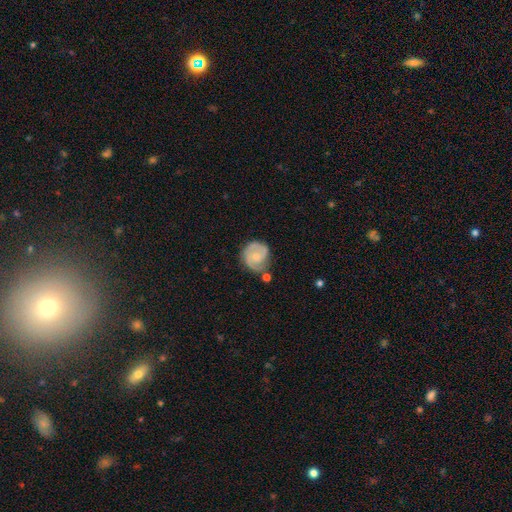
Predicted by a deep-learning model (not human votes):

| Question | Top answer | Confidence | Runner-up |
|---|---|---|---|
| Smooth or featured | featured or disk | 71% | smooth (23%) |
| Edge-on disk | no | 98% | yes (2%) |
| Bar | no | 67% | weak (28%) |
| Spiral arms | yes | 92% | no (8%) |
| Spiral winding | tight | 48% | medium (40%) |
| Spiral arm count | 2 | 68% | can't tell (12%) |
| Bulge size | small | 65% | moderate (25%) |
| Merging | none | 60% | minor disturbance (23%) |